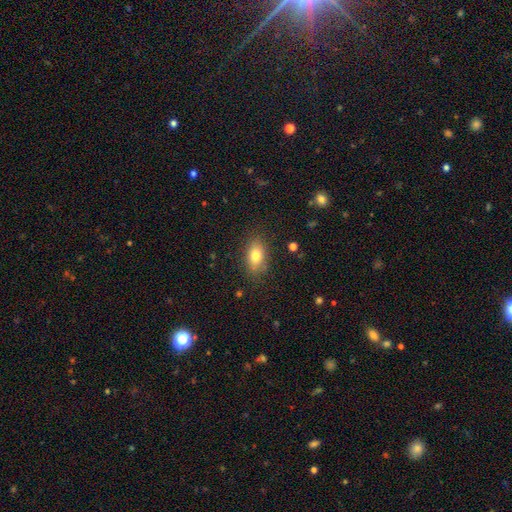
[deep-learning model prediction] Smooth or featured? Predicted: smooth (p=0.79). How rounded? Predicted: in between (p=0.85). Merging? Predicted: none (p=0.83).